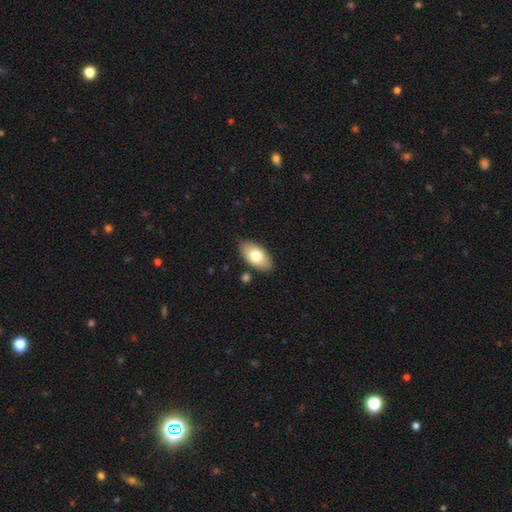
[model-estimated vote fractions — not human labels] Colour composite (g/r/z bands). It shows a smooth galaxy with no disk features (75%) that is in between round and cigar-shaped (94%). Merging: none (85%).